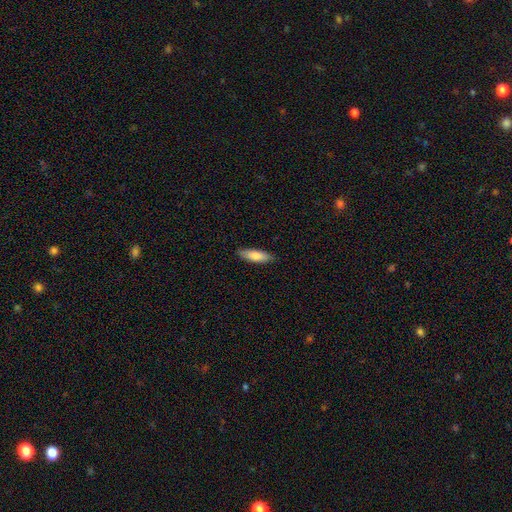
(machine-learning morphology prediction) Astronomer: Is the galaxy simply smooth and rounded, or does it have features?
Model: smooth — 82%.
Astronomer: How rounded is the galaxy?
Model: in between — 51% (runner-up: cigar-shaped, 47%).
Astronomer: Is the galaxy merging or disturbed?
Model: none — 86%.